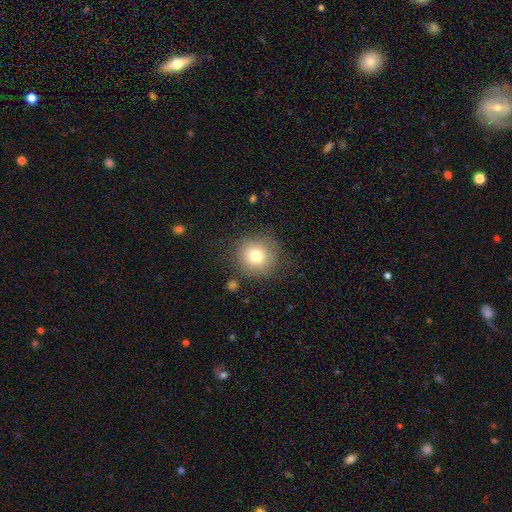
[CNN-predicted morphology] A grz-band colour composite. It shows a smooth galaxy with no disk features (77%) that is round (92%). Merging: none (83%).